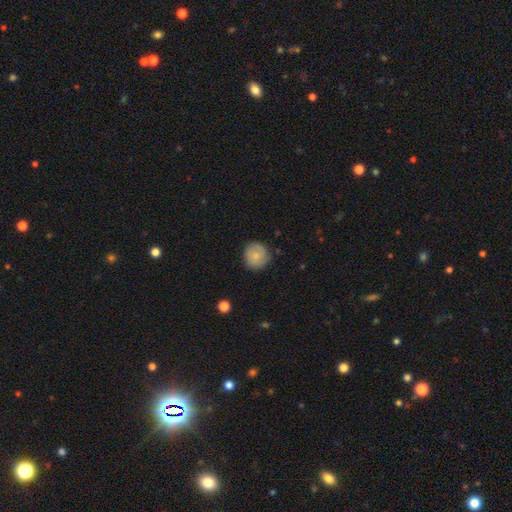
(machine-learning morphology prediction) Overall: smooth (77%). How rounded: round (90%). Merging: none (84%).